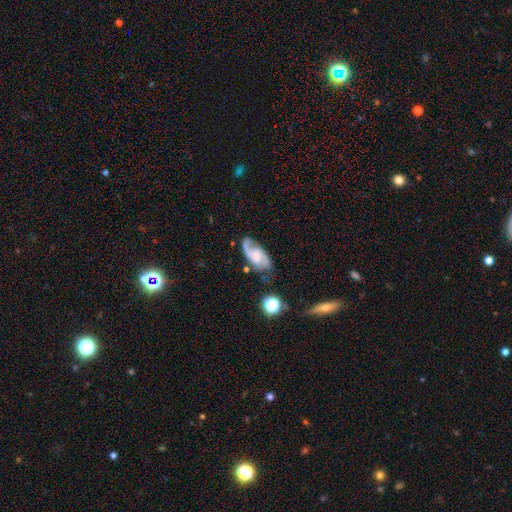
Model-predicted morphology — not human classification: Smooth or featured? featured or disk (81%)
Edge-on disk? no (97%)
Bar? no (50%)
Spiral arms? yes (96%)
Spiral winding? medium (51%)
Spiral arm count? 2 (84%)
Bulge size? none (40%)
Merging? none (67%)